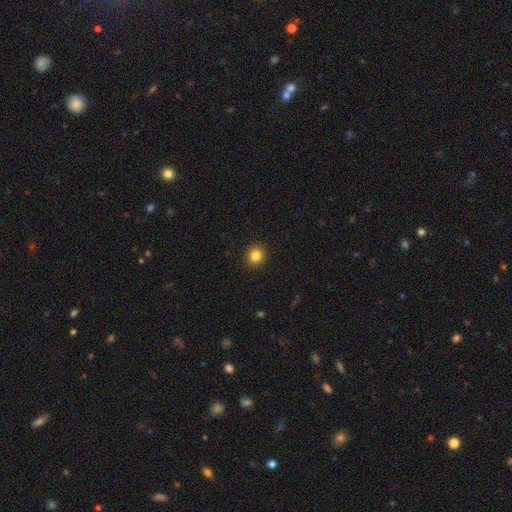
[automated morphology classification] smooth_or_featured: smooth (p=0.83) [alt: star or artifact p=0.11]
how_rounded: round (p=0.88) [alt: in between p=0.11]
merging: none (p=0.92) [alt: minor disturbance p=0.05]